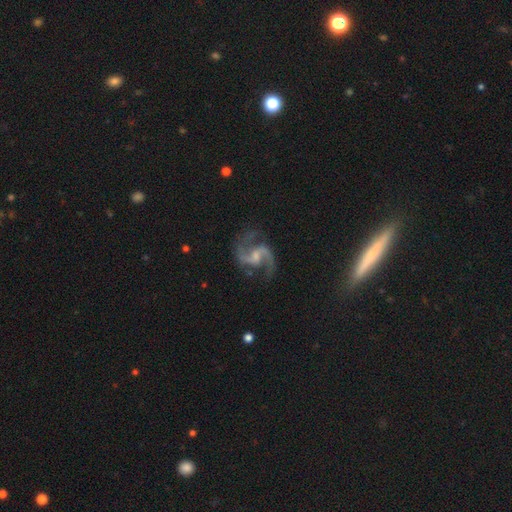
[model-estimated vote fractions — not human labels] smooth-or-featured: featured or disk: 92% | star or artifact: 5% | smooth: 3%
  disk-edge-on: no: 98% | yes: 2%
    bar: weak: 55% | no: 29% | strong: 16%
    has-spiral-arms: yes: 98% | no: 2%
      spiral-winding: medium: 47% | loose: 46% | tight: 7%
      spiral-arm-count: 2: 91% | 3: 3% | can't tell: 2% | 1: 2% | 4: 1% | more than 4: 1%
    bulge-size: small: 45% | moderate: 32% | none: 20% | large: 3% | dominant: 1%
  merging: none: 73% | minor disturbance: 16% | major disturbance: 10% | merger: 2%